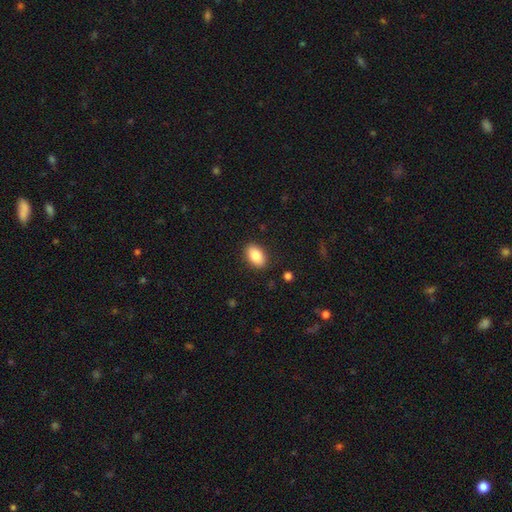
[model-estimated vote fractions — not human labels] This appears to be a smooth galaxy with no disk features (86%) that is in between round and cigar-shaped (91%). Merging: none (88%).